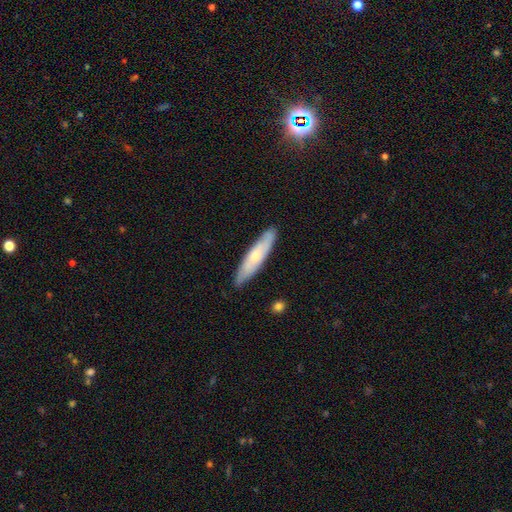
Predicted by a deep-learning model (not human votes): Smooth or featured: smooth — 51% (featured or disk — 43%)
How rounded: cigar-shaped — 81% (in between — 18%)
Merging: none — 86% (minor disturbance — 11%)